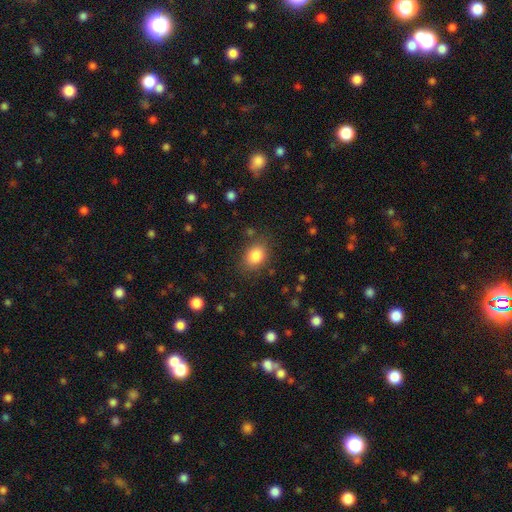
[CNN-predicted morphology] Smooth or featured? Predicted: smooth (p=0.84). How rounded? Predicted: in between (p=0.70). Merging? Predicted: none (p=0.81).